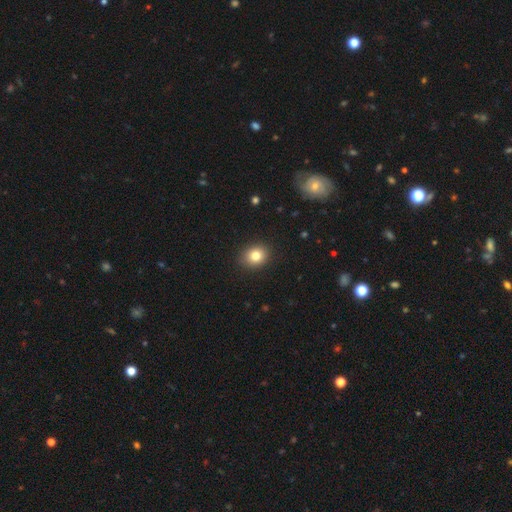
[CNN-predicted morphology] smooth 81%, star or artifact 11%, featured or disk 8%. Down the decision tree: how rounded — round (61%); merging — none (89%).